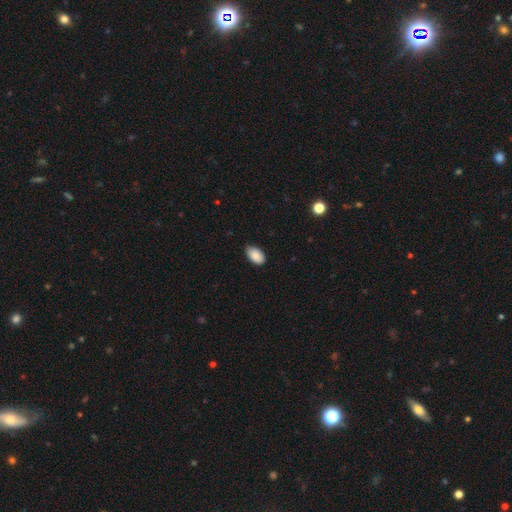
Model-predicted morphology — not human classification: This is clearly a smooth galaxy (89%). How rounded: clearly in between (94%). Merging: likely none (76%).